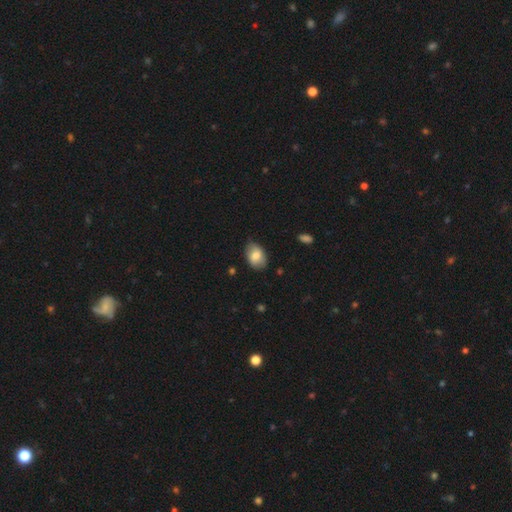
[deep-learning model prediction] The model was most divided on "smooth or featured": smooth: 77%, featured or disk: 17%, star or artifact: 7%. More confident: how rounded — in between (85%); merging — none (78%).